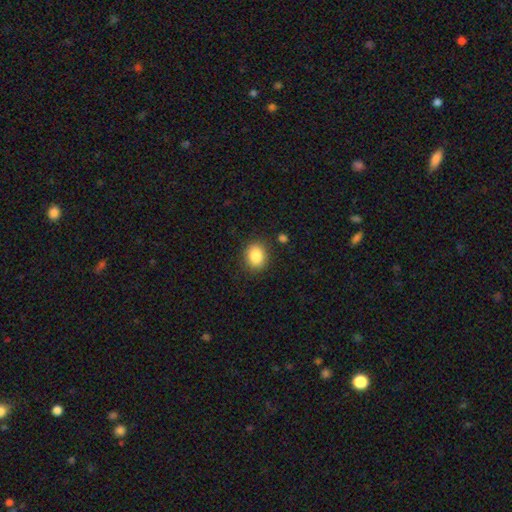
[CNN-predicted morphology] smooth_or_featured: smooth (p=0.86) [alt: star or artifact p=0.09]
how_rounded: round (p=0.56) [alt: in between p=0.43]
merging: none (p=0.86) [alt: minor disturbance p=0.09]